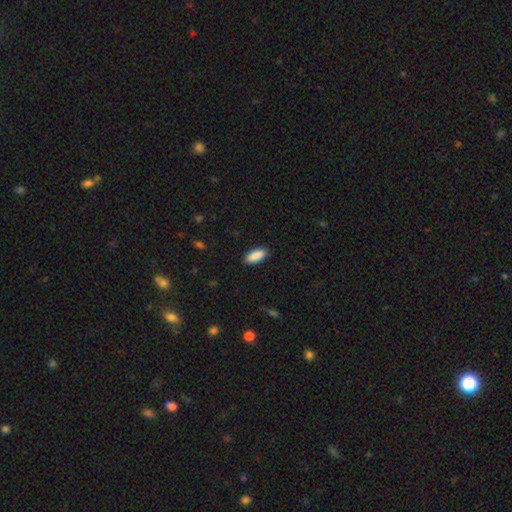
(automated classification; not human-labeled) A smooth galaxy with no disk features (91%) that is in between round and cigar-shaped (83%). Merging: none (90%).